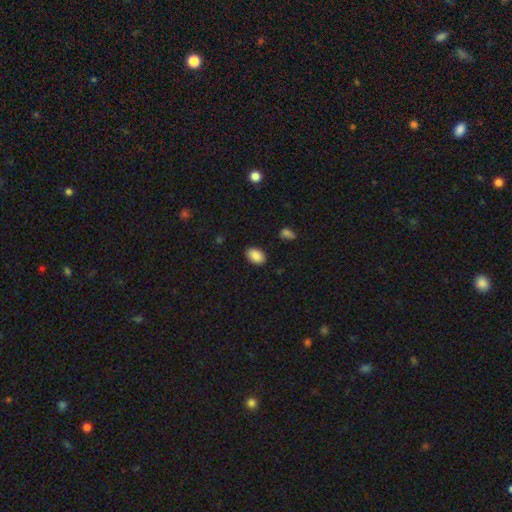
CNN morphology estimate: A smooth galaxy with no disk features (88%) that is in between round and cigar-shaped (87%).

Vote fractions:
- Smooth or featured? smooth: 88% / star or artifact: 8% / featured or disk: 4%
- How rounded? in between: 87% / round: 12% / cigar-shaped: 1%
- Merging? none: 87% / minor disturbance: 9% / major disturbance: 2% / merger: 1%